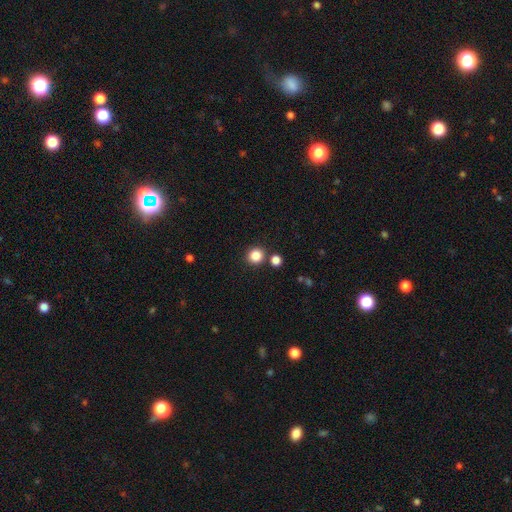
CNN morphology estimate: This appears to be a smooth galaxy with no disk features (85%) that is round (89%). Merging: none (82%).